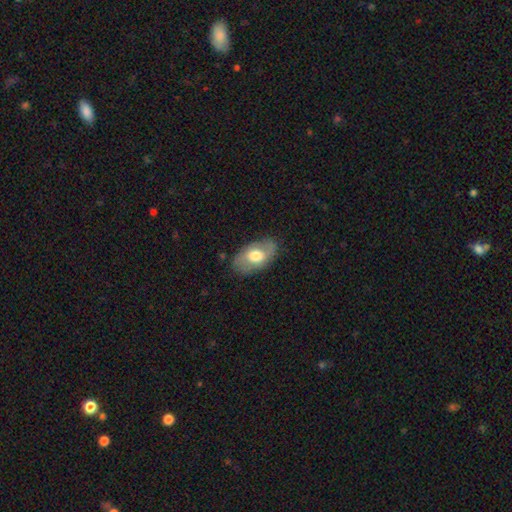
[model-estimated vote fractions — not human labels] smooth 55%, featured or disk 39%, star or artifact 6%. Down the decision tree: how rounded — in between (93%); merging — none (76%).